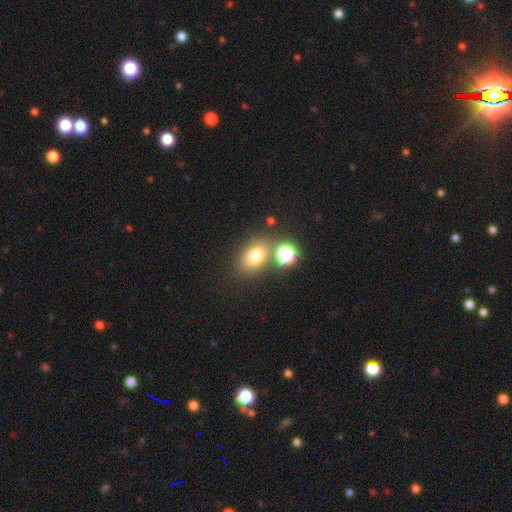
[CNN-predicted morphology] type=smooth (74%); roundness=in between (69%); merging=none (70%).